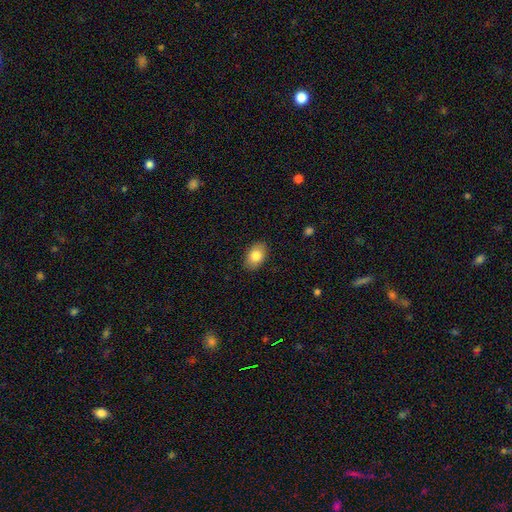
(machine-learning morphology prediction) type=smooth (83%); roundness=in between (86%); merging=none (88%).